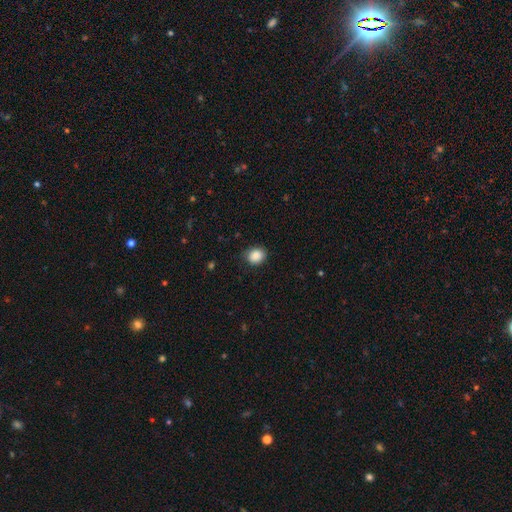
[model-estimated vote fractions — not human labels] The model was most divided on "how rounded": round: 61%, in between: 38%, cigar-shaped: 1%. More confident: smooth or featured — smooth (88%); merging — none (81%).